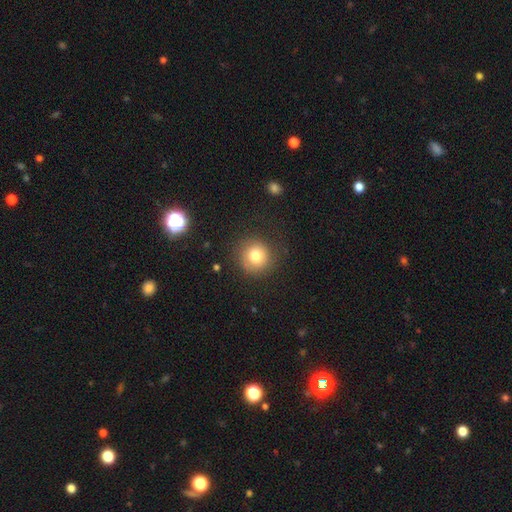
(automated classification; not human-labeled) smooth 78%, featured or disk 11%, star or artifact 11%. Down the decision tree: how rounded — round (93%); merging — none (83%).